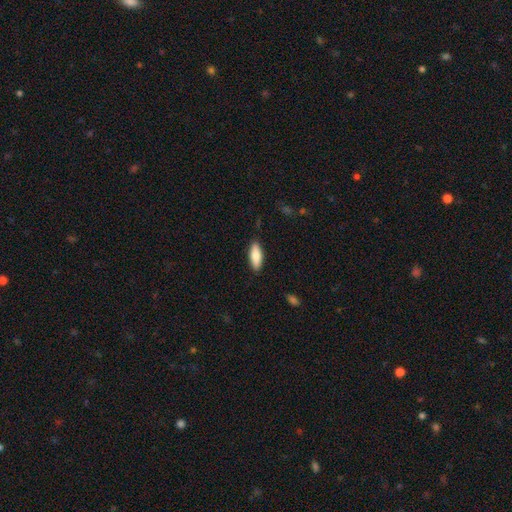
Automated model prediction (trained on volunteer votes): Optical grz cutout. It shows a smooth galaxy with no disk features (82%) that is in between round and cigar-shaped (67%). Merging: none (88%).